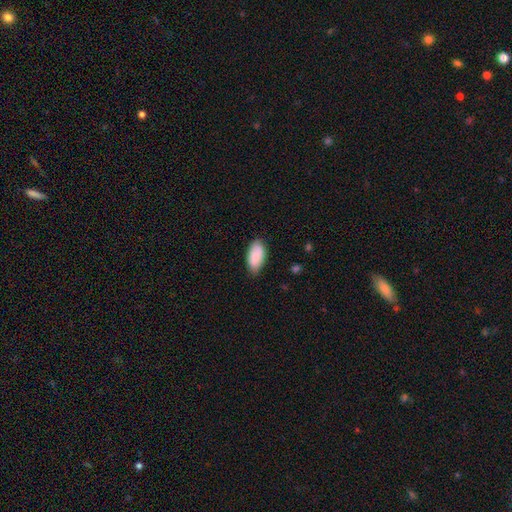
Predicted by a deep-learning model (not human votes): The model was most divided on "merging": none: 80%, minor disturbance: 16%, major disturbance: 3%, merger: 1%. More confident: how rounded — in between (93%); smooth or featured — smooth (88%).